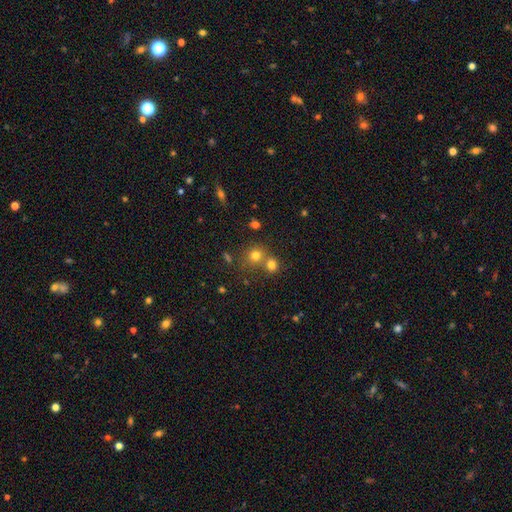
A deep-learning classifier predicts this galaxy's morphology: Q: Smooth or featured?
A: smooth (73%); runner-up: star or artifact (18%)
Q: How rounded?
A: round (85%); runner-up: in between (14%)
Q: Merging?
A: none (53%); runner-up: merger (36%)